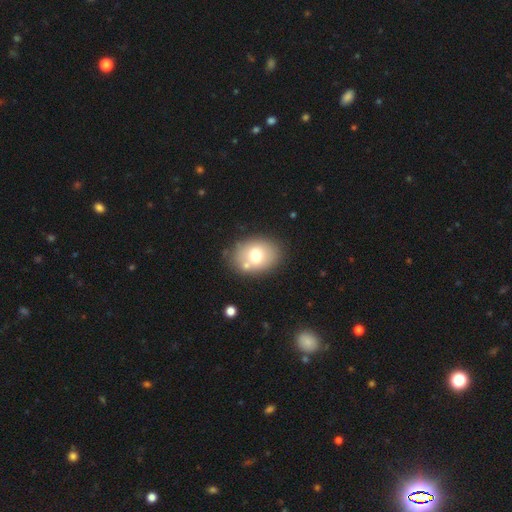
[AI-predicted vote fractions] Smooth or featured? smooth (71%)
How rounded? in between (69%)
Merging? none (74%)